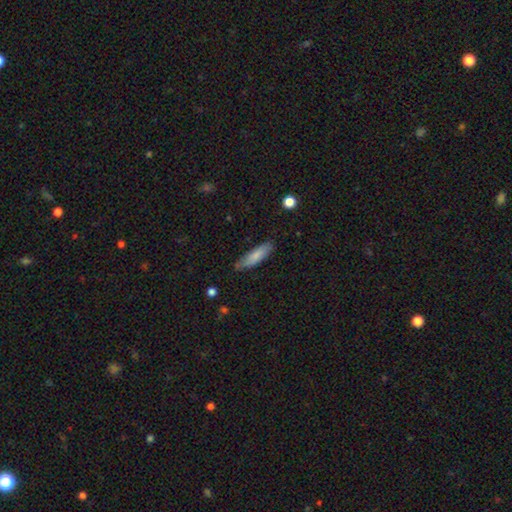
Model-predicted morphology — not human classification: A smooth galaxy with no disk features (78%) that is cigar-shaped (61%). Merging: none (80%).